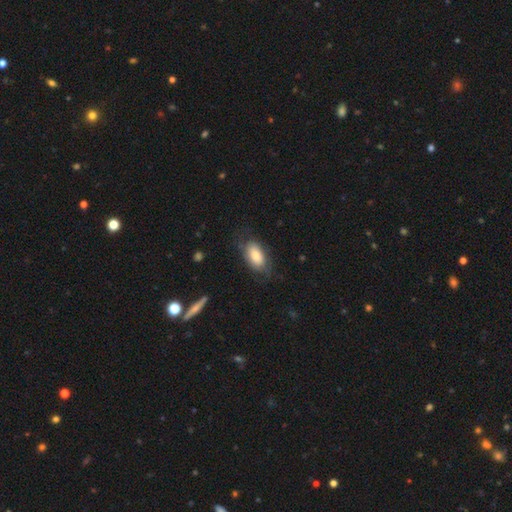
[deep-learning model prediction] Smooth or featured? Predicted: smooth (p=0.74). How rounded? Predicted: in between (p=0.92). Merging? Predicted: none (p=0.65).